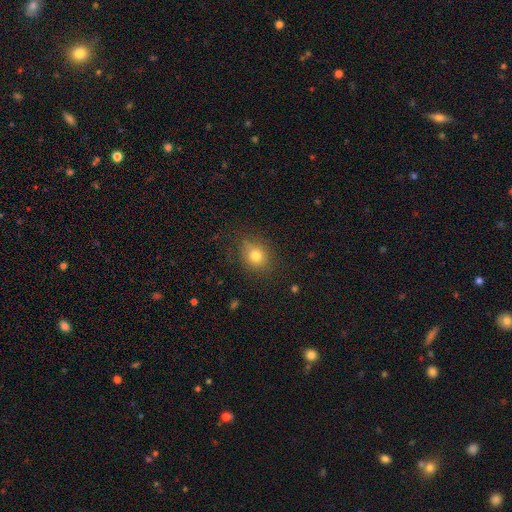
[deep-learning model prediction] smooth_or_featured: smooth (p=0.77) [alt: star or artifact p=0.13]
how_rounded: round (p=0.64) [alt: in between p=0.34]
merging: none (p=0.77) [alt: minor disturbance p=0.16]